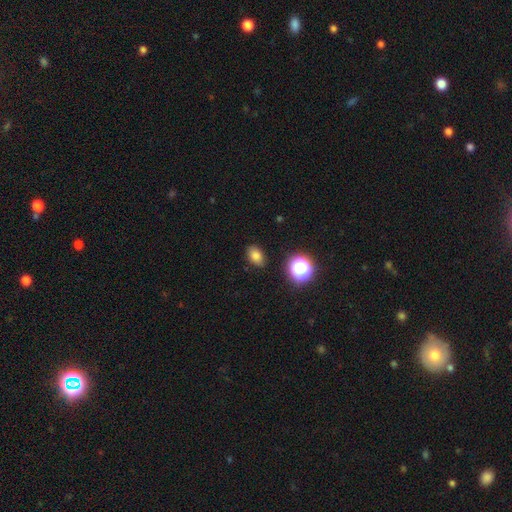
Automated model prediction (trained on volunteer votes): Smooth or featured? smooth (78%)
How rounded? in between (79%)
Merging? none (86%)